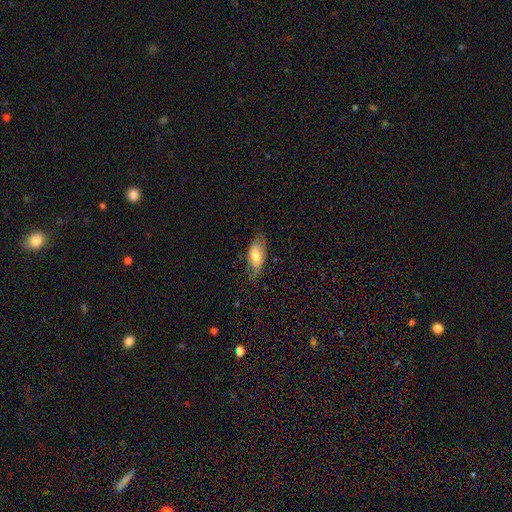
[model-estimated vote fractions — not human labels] Smooth or featured? smooth (74%)
How rounded? in between (87%)
Merging? none (68%)